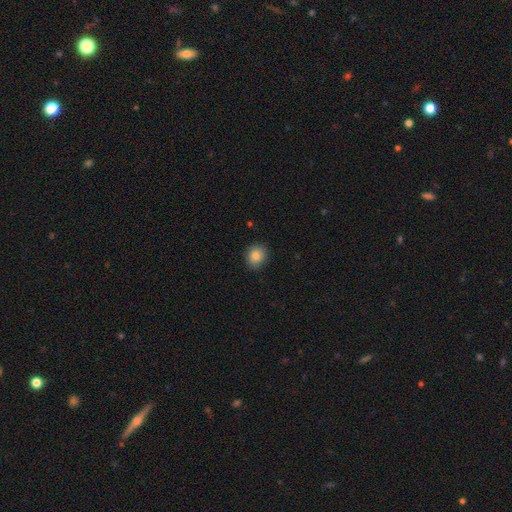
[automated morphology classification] smooth 84%, star or artifact 10%, featured or disk 7%. Down the decision tree: how rounded — round (76%); merging — none (88%).